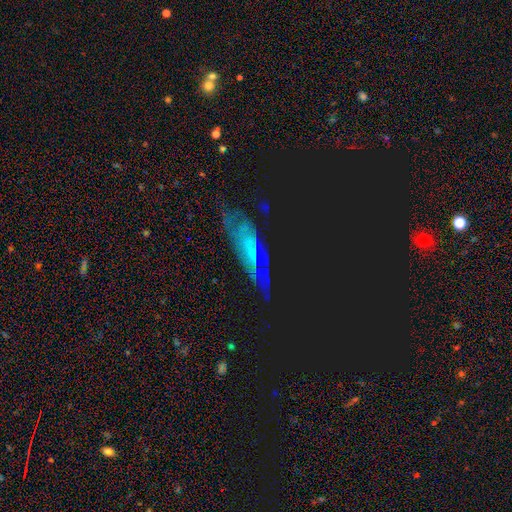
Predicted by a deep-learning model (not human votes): smooth-or-featured: star or artifact: 40% | featured or disk: 38% | smooth: 22%